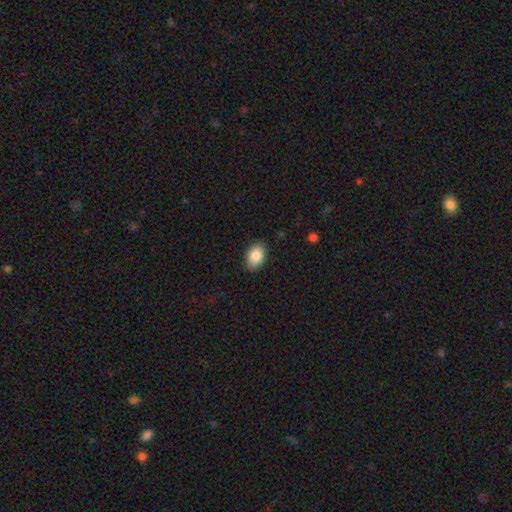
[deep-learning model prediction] This is clearly a smooth galaxy (86%). How rounded: clearly in between (87%). Merging: clearly none (87%).